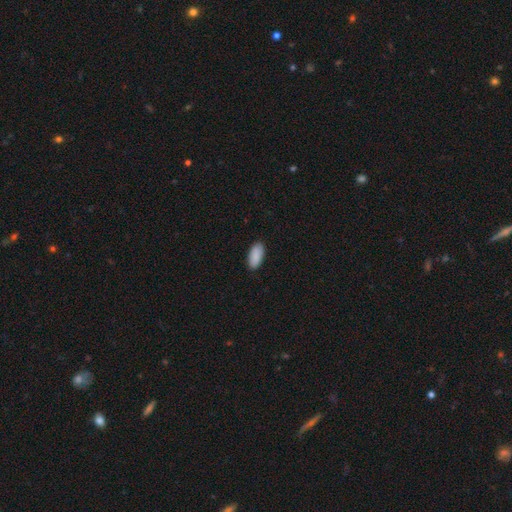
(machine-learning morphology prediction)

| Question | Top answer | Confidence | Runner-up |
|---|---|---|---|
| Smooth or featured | smooth | 90% | star or artifact (6%) |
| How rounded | in between | 92% | cigar-shaped (6%) |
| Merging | none | 89% | minor disturbance (9%) |